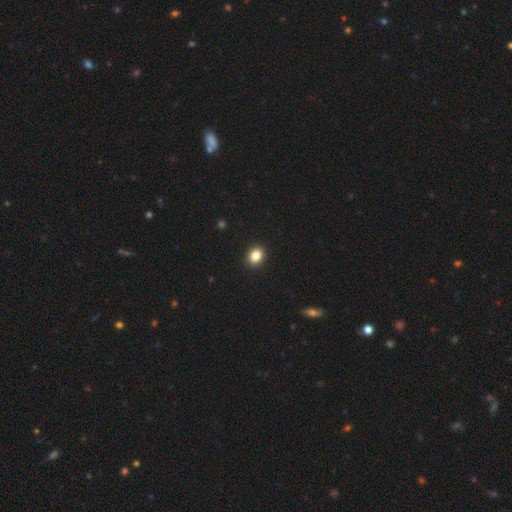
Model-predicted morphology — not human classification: A smooth galaxy with no disk features (85%) that is round (53%).

Vote fractions:
- Smooth or featured? smooth: 85% / star or artifact: 10% / featured or disk: 5%
- How rounded? round: 53% / in between: 46% / cigar-shaped: 1%
- Merging? none: 92% / minor disturbance: 6% / major disturbance: 2% / merger: 1%